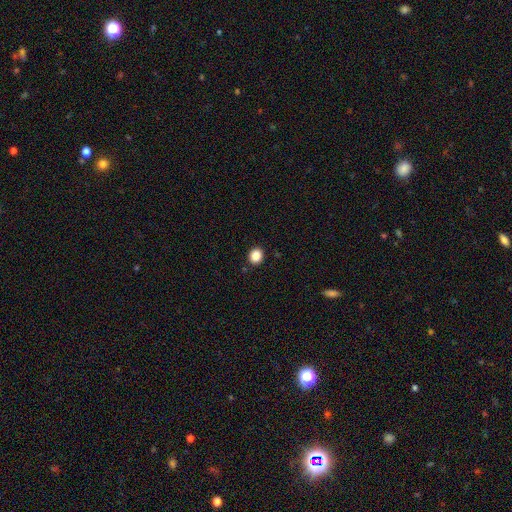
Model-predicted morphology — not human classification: Smooth or featured? Predicted: smooth (p=0.87). How rounded? Predicted: round (p=0.71). Merging? Predicted: none (p=0.90).